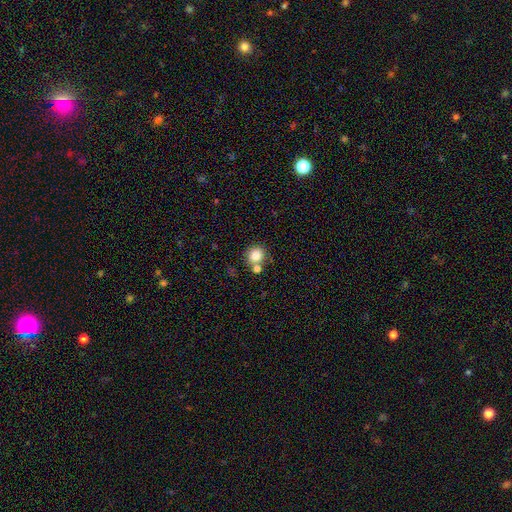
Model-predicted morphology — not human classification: A smooth galaxy with no disk features (82%) that is round (89%). Merging: none (67%).